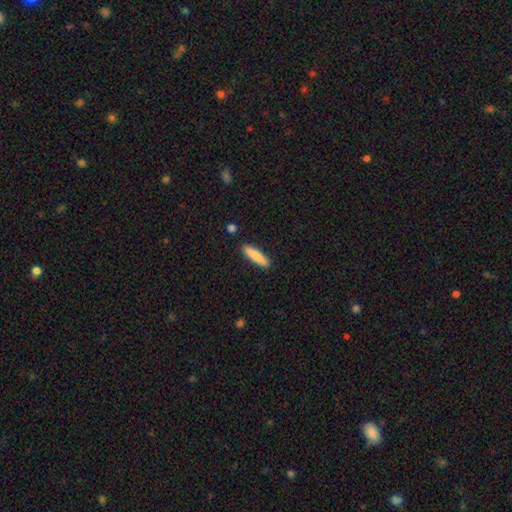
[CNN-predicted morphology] This appears to be a smooth galaxy with no disk features (81%) that is cigar-shaped (76%). Merging: none (89%).